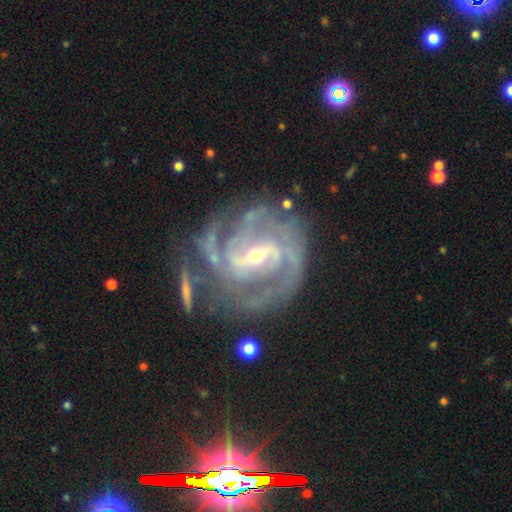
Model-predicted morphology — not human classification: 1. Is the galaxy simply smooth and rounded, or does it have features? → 91% featured or disk, 6% star or artifact, 3% smooth.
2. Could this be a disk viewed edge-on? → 97% no, 3% yes.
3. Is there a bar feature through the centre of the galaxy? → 45% strong, 41% weak, 14% no.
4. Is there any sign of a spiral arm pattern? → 98% yes, 2% no.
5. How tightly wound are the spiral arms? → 56% tight, 37% medium, 6% loose.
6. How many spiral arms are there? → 31% 2, 28% 3, 15% can't tell, 14% 4, 6% more than 4, 6% 1.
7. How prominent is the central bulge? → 59% small, 37% moderate, 2% large, 1% none, 1% dominant.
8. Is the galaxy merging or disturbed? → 65% none, 19% minor disturbance, 12% major disturbance, 5% merger.